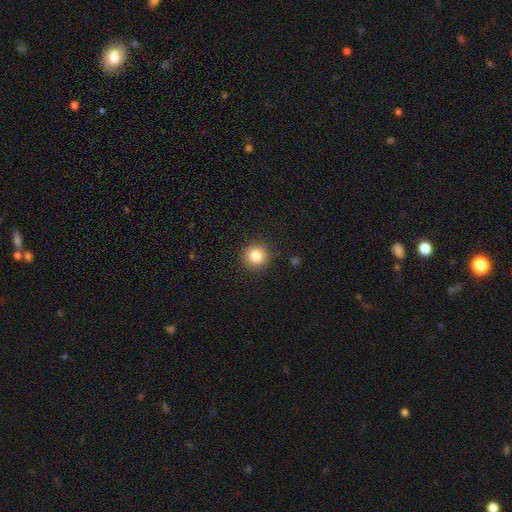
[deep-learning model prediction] A smooth galaxy with no disk features (83%) that is round (94%).

Vote fractions:
- Smooth or featured? smooth: 83% / star or artifact: 11% / featured or disk: 6%
- How rounded? round: 94% / in between: 5% / cigar-shaped: 1%
- Merging? none: 92% / minor disturbance: 6% / major disturbance: 2% / merger: 1%